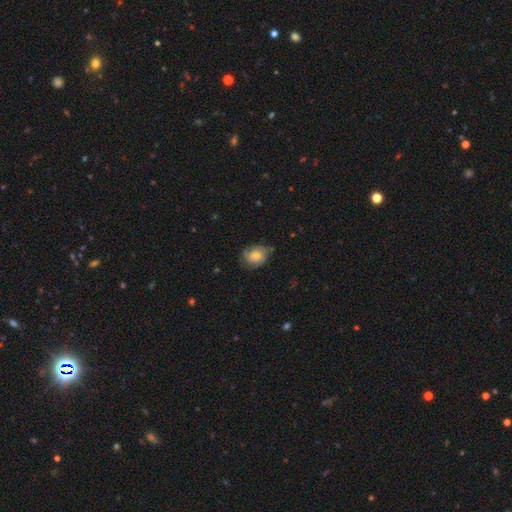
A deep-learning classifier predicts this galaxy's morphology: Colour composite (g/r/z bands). It shows a smooth galaxy with no disk features (47%). Merging: none (63%).